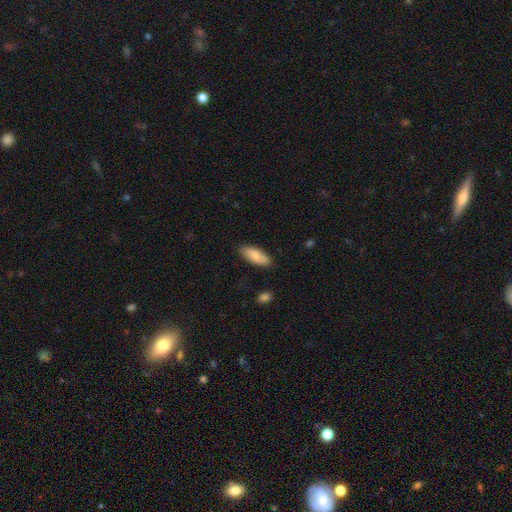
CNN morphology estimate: Smooth or featured? Predicted: smooth (p=0.83). How rounded? Predicted: in between (p=0.78). Merging? Predicted: none (p=0.85).